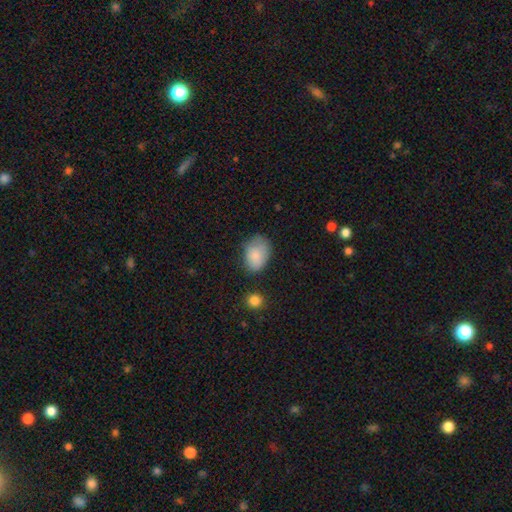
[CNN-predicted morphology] smooth 83%, featured or disk 10%, star or artifact 7%. Down the decision tree: how rounded — in between (80%); merging — none (59%).